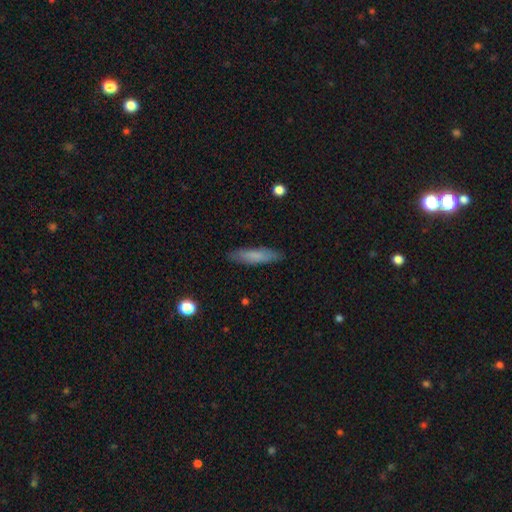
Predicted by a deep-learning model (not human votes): The model was most divided on "smooth or featured": smooth: 75%, featured or disk: 19%, star or artifact: 6%. More confident: merging — none (87%); how rounded — cigar-shaped (78%).